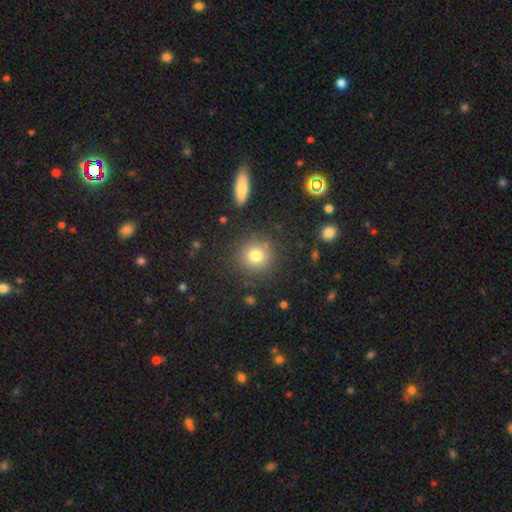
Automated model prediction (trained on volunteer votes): Morphology: type=smooth (78%); roundness=round (90%); merging=none (86%).